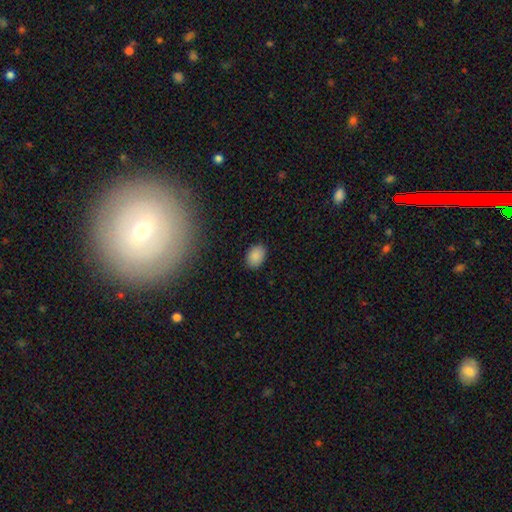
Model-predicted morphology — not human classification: A smooth galaxy with no disk features (88%) that is in between round and cigar-shaped (80%). Merging: none (87%).